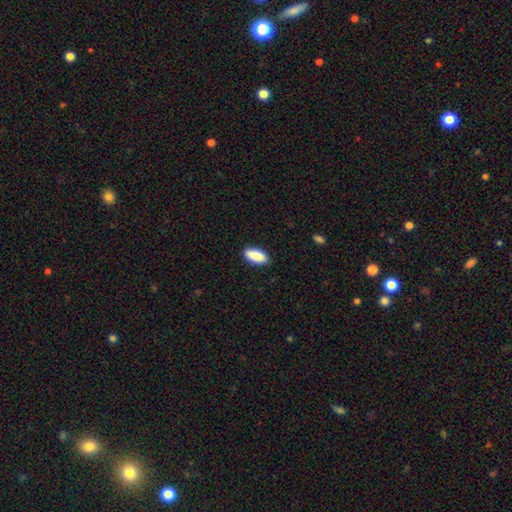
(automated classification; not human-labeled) smooth 89%, star or artifact 6%, featured or disk 5%. Down the decision tree: how rounded — in between (85%); merging — none (89%).